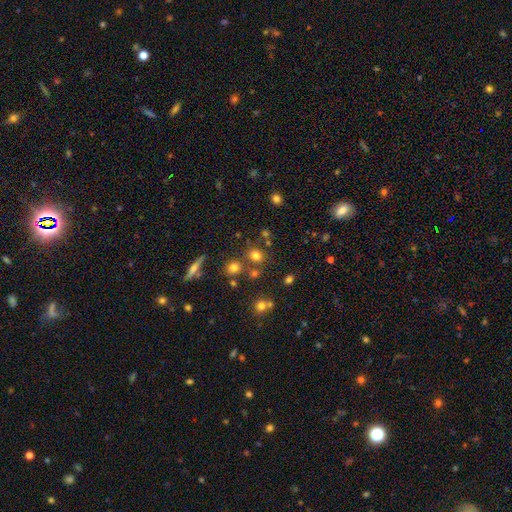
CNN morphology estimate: Smooth or featured?
  - smooth: 71% *
  - star or artifact: 19%
  - featured or disk: 10%
How rounded?
  - round: 76% *
  - in between: 22%
  - cigar-shaped: 2%
Merging?
  - none: 72% *
  - merger: 13%
  - minor disturbance: 10%
  - major disturbance: 4%